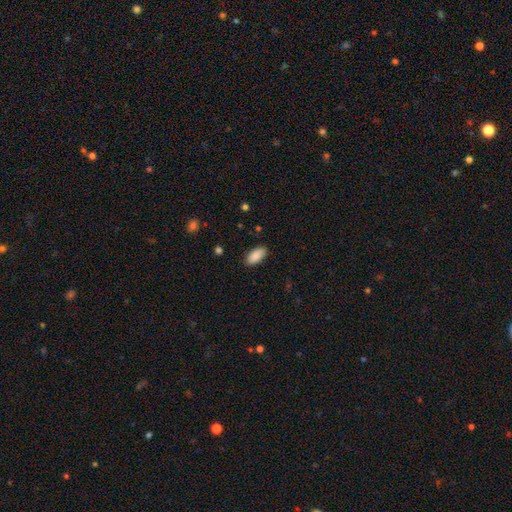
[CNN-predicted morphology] Smooth or featured?
  - smooth: 89% *
  - star or artifact: 6%
  - featured or disk: 5%
How rounded?
  - in between: 91% *
  - cigar-shaped: 7%
  - round: 2%
Merging?
  - none: 86% *
  - minor disturbance: 11%
  - major disturbance: 2%
  - merger: 1%